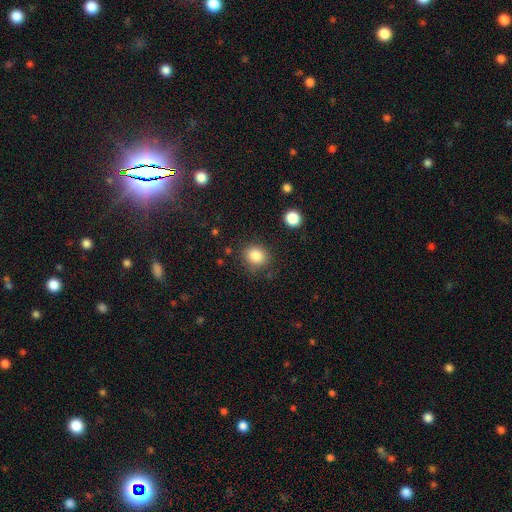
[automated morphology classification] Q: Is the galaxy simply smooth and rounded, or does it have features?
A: smooth — 84%.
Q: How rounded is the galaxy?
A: round — 76%.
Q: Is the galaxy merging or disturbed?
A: none — 82%.